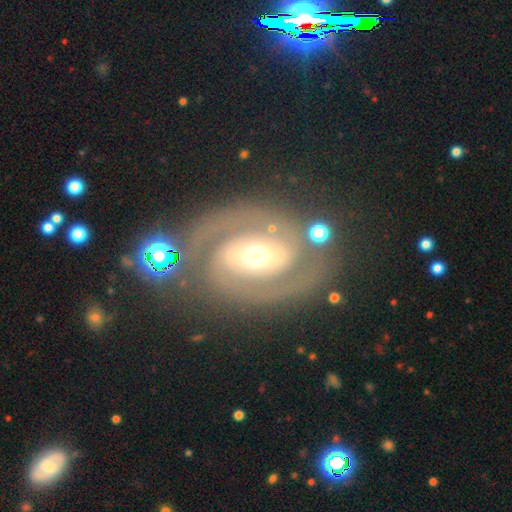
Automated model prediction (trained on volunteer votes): The model was most divided on "bar": strong: 37%, weak: 36%, no: 27%. Remaining: edge-on disk — no (97%); spiral arms — yes (96%); spiral arm count — 2 (90%); smooth or featured — featured or disk (88%); merging — none (76%); bulge size — moderate (65%); spiral winding — tight (48%).